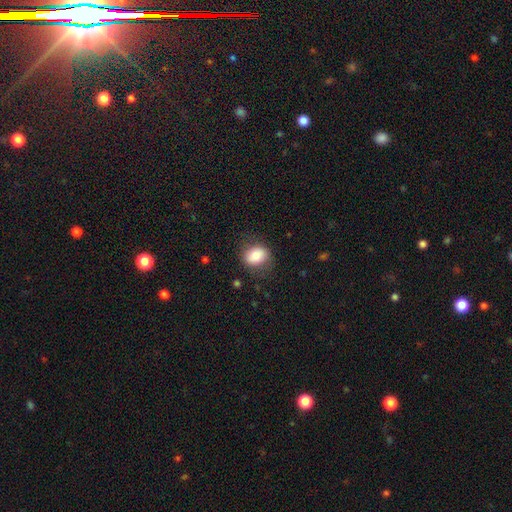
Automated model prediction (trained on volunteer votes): A smooth galaxy with no disk features (80%) that is in between round and cigar-shaped (51%).

Vote fractions:
- Smooth or featured? smooth: 80% / featured or disk: 12% / star or artifact: 9%
- How rounded? in between: 51% / round: 48% / cigar-shaped: 1%
- Merging? none: 79% / minor disturbance: 15% / major disturbance: 5% / merger: 1%